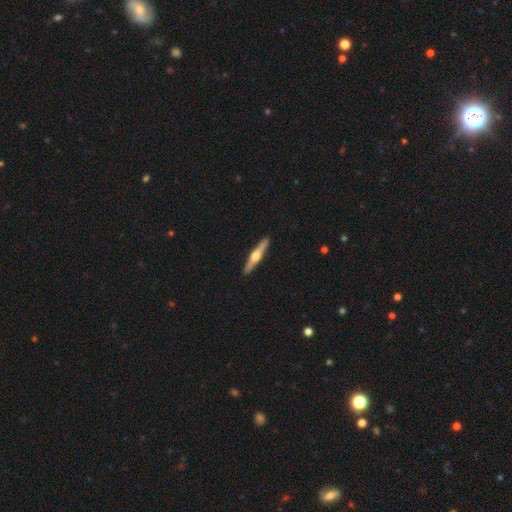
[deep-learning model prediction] The model was most divided on "smooth or featured": featured or disk: 63%, smooth: 32%, star or artifact: 5%. More confident: edge-on disk — yes (97%); edge-on bulge — rounded (94%); merging — none (92%).